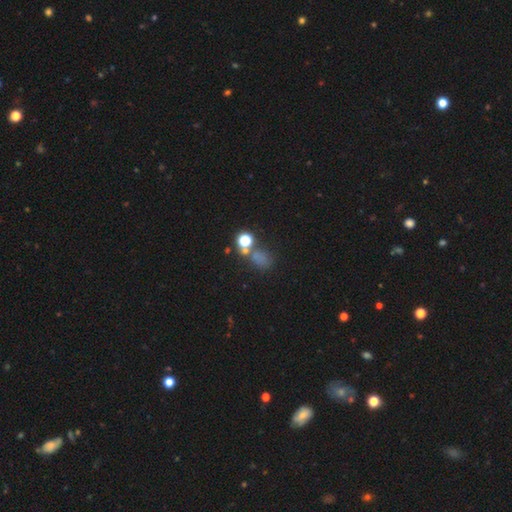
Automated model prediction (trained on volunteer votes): This appears to be a smooth galaxy with no disk features (48%). Merging: none (57%).